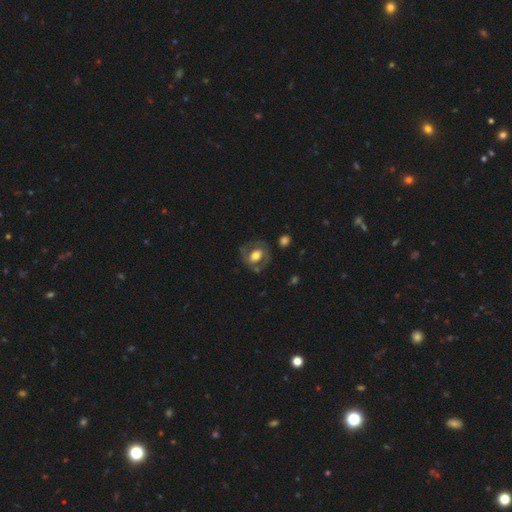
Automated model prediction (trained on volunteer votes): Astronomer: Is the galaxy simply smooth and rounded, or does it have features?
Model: featured or disk — 55% (runner-up: smooth, 38%).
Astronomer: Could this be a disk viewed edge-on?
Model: no — 94%.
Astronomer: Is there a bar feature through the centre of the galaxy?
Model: no — 53% (runner-up: weak, 30%).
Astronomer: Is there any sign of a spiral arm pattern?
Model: no — 55% (runner-up: yes, 45%).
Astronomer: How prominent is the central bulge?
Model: moderate — 56% (runner-up: large, 33%).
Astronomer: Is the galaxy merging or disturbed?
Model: none — 69%.